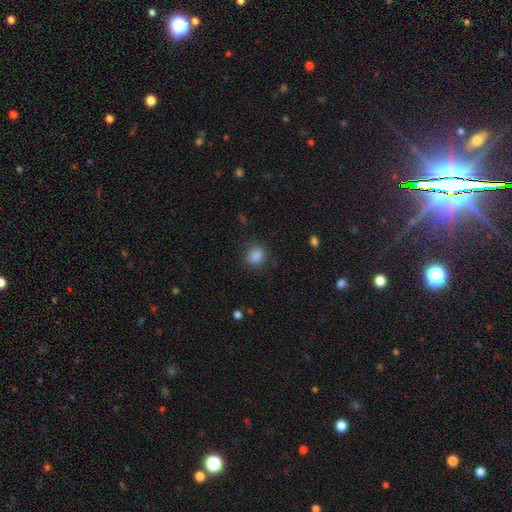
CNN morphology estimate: A smooth galaxy with no disk features (86%) that is round (72%). Merging: none (82%).